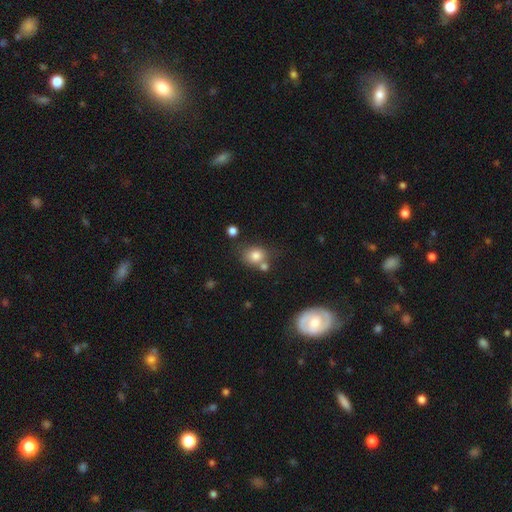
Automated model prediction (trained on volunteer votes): A smooth galaxy with no disk features (79%) that is round (60%). Merging: none (57%).